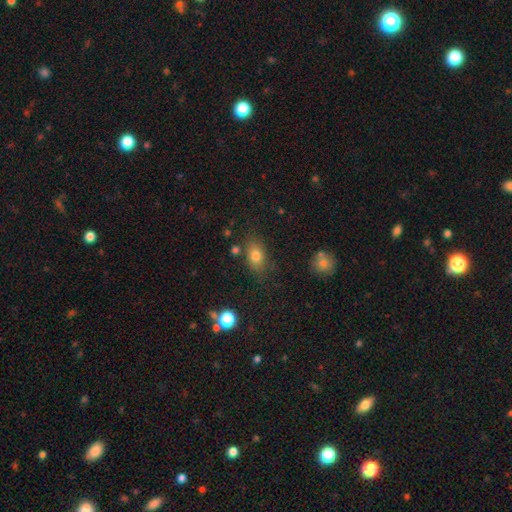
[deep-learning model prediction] Smooth or featured?
  - smooth: 78% *
  - star or artifact: 12%
  - featured or disk: 11%
How rounded?
  - in between: 78% *
  - round: 20%
  - cigar-shaped: 3%
Merging?
  - none: 75% *
  - minor disturbance: 15%
  - major disturbance: 5%
  - merger: 5%